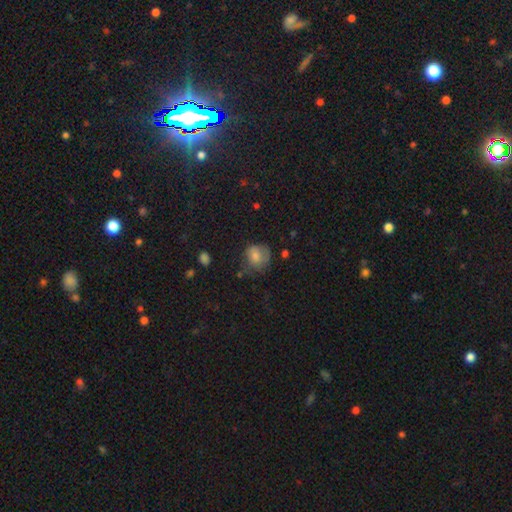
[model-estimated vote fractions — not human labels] A smooth galaxy with no disk features (73%) that is round (72%). Merging: none (47%).